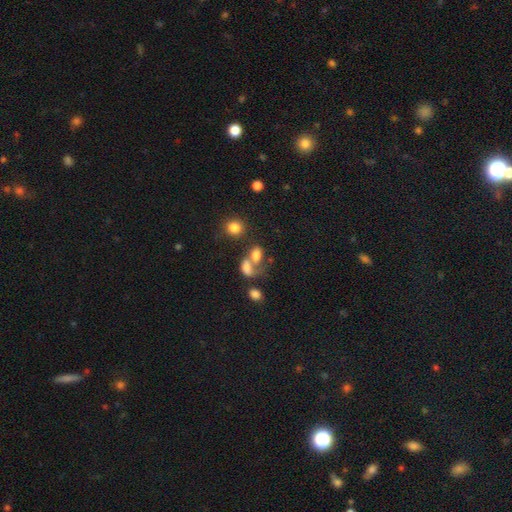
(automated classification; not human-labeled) smooth 72%, featured or disk 14%, star or artifact 13%. Down the decision tree: how rounded — in between (77%); merging — merger (53%).